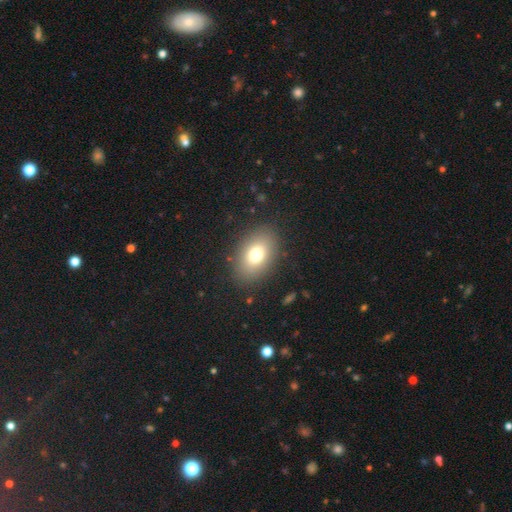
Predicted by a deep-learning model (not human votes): The model was most divided on "smooth or featured": smooth: 76%, featured or disk: 14%, star or artifact: 11%. More confident: merging — none (87%); how rounded — in between (83%).